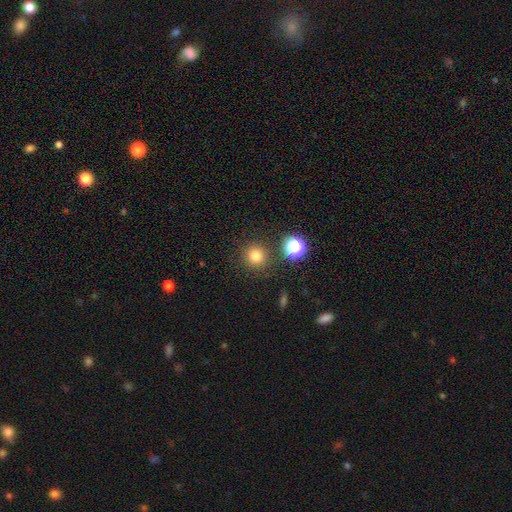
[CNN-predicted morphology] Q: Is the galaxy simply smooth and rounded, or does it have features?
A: smooth — 77%.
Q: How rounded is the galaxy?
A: round — 93%.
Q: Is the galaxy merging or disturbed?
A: none — 86%.